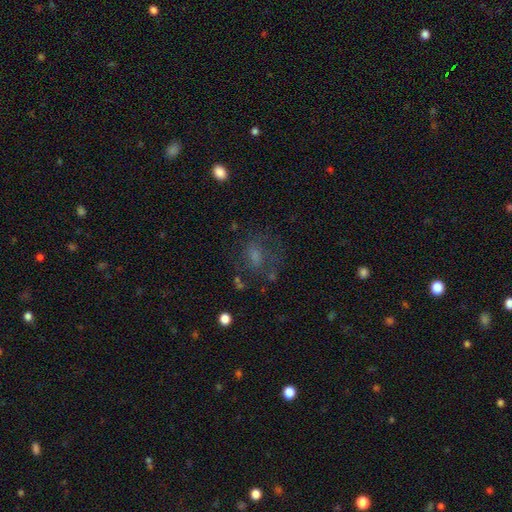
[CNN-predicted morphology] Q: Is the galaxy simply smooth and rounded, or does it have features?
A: smooth — 49%.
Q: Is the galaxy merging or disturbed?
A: none — 52%.